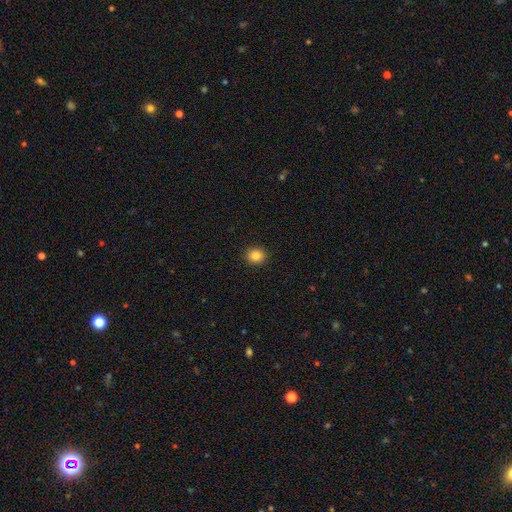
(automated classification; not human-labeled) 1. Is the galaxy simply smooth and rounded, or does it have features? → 85% smooth, 10% star or artifact, 5% featured or disk.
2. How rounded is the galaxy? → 83% round, 16% in between, 1% cigar-shaped.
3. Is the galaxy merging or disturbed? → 92% none, 5% minor disturbance, 2% major disturbance, 1% merger.